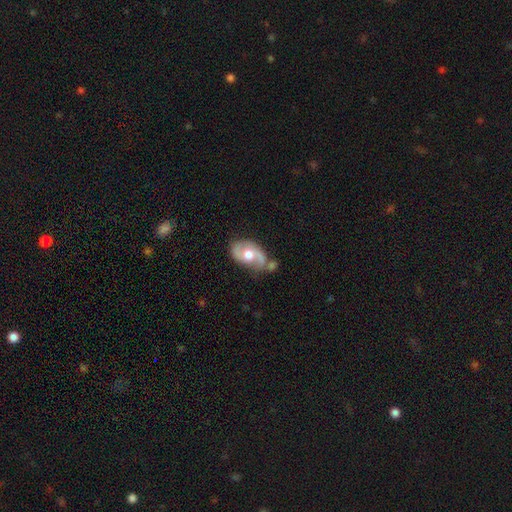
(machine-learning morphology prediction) This is likely a featured or disk galaxy (69%). It is clearly not viewed edge-on (95%). Bar: likely no (61%). Spiral arm pattern: likely yes (79%). Spiral arm count: clearly 2 (81%). Spiral winding: marginally medium (43%). Central bulge: likely moderate (73%). Merging: possibly none (46%).